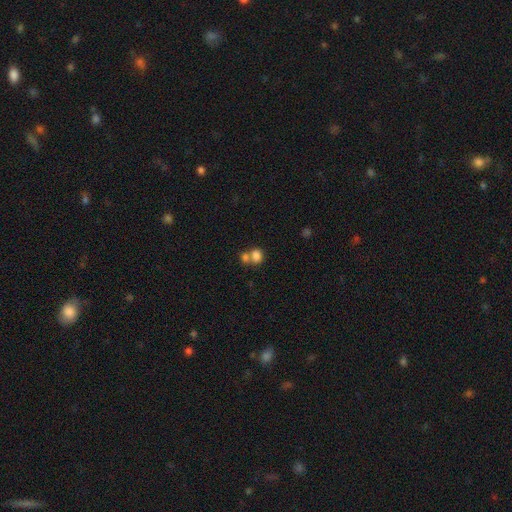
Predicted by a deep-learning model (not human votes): Morphology: type=smooth (80%); roundness=round (57%); merging=merger (53%).